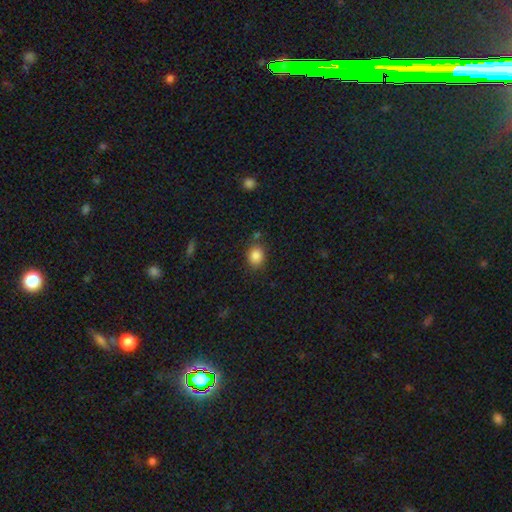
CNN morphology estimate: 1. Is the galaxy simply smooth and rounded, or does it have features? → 86% smooth, 10% star or artifact, 4% featured or disk.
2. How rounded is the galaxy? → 62% round, 37% in between, 1% cigar-shaped.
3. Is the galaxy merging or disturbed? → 81% none, 12% minor disturbance, 4% merger, 3% major disturbance.